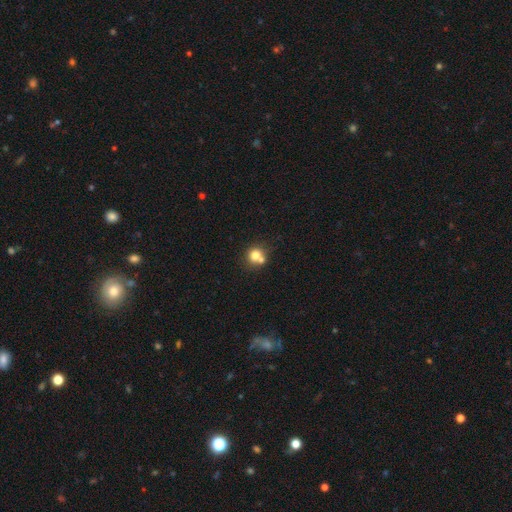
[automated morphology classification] This appears to be a smooth galaxy with no disk features (75%) that is round (85%). Merging: none (47%).